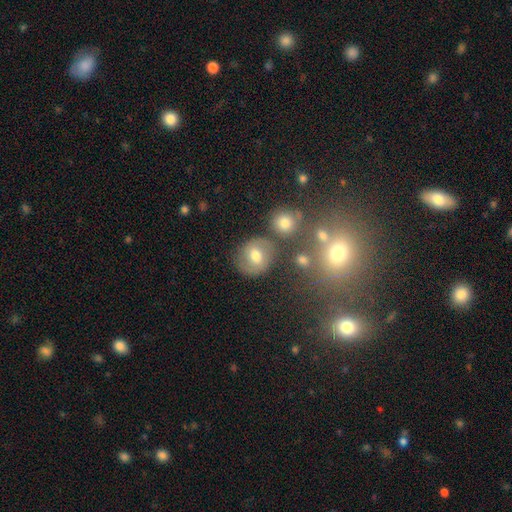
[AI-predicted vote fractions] A smooth galaxy with no disk features (57%) that is round (76%). Merging: none (77%).